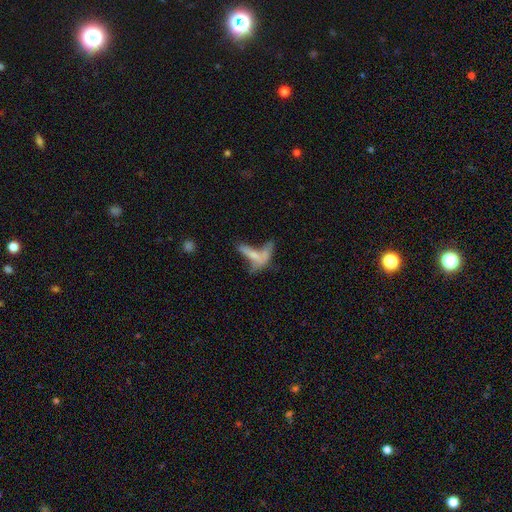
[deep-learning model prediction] smooth_or_featured: smooth (p=0.54) [alt: featured or disk p=0.34]
how_rounded: cigar-shaped (p=0.53) [alt: in between p=0.42]
merging: merger (p=0.49) [alt: none p=0.23]